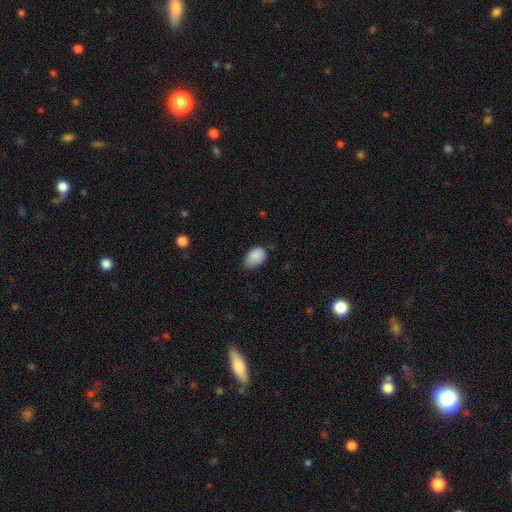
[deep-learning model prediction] Overall: smooth (88%). How rounded: in between (88%). Merging: none (53%; minor disturbance 39%).